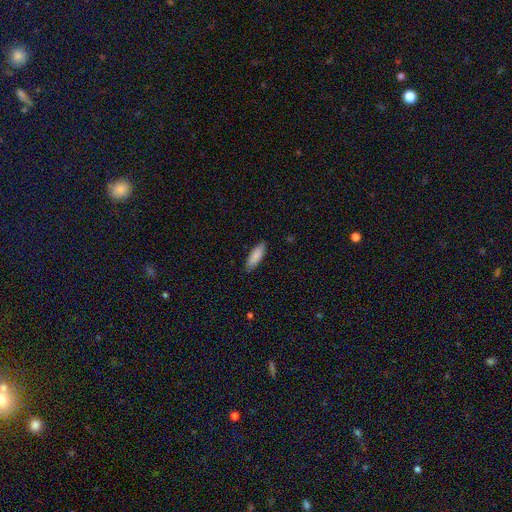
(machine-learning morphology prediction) A smooth galaxy with no disk features (88%) that is in between round and cigar-shaped (52%).

Vote fractions:
- Smooth or featured? smooth: 88% / featured or disk: 7% / star or artifact: 6%
- How rounded? in between: 52% / cigar-shaped: 47% / round: 1%
- Merging? none: 87% / minor disturbance: 10% / major disturbance: 2% / merger: 1%